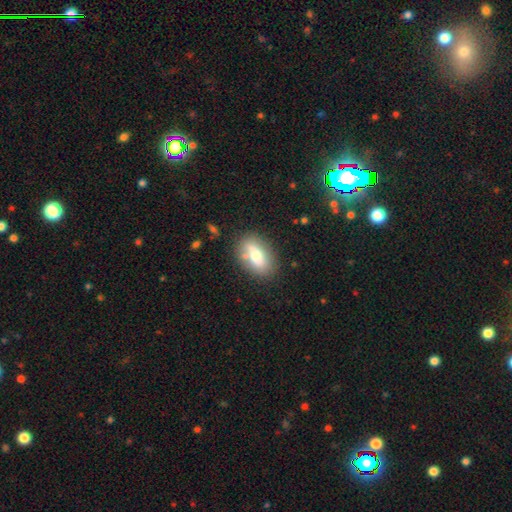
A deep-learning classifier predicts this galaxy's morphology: smooth-or-featured: smooth: 67% | featured or disk: 25% | star or artifact: 8%
  how-rounded: in between: 84% | round: 9% | cigar-shaped: 7%
  merging: none: 75% | minor disturbance: 15% | merger: 6% | major disturbance: 4%